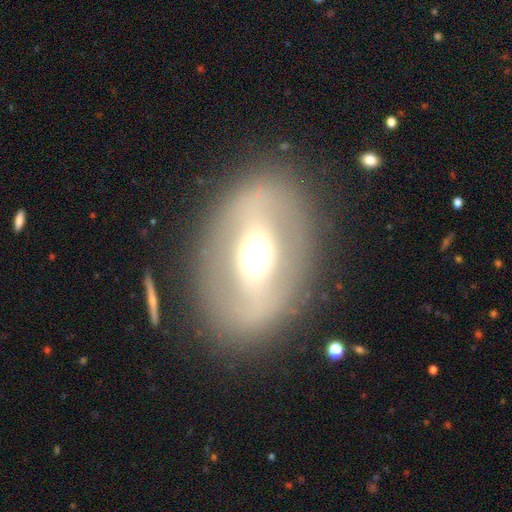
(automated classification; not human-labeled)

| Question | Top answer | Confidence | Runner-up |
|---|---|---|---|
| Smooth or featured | featured or disk | 58% | smooth (31%) |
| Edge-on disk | no | 84% | yes (16%) |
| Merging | none | 82% | minor disturbance (10%) |